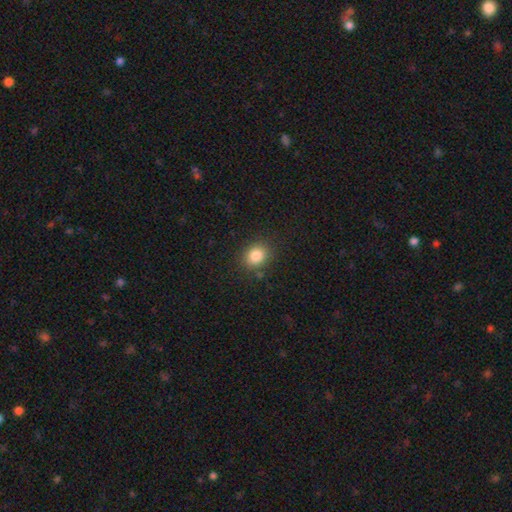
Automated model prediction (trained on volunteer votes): This appears to be a smooth galaxy with no disk features (84%) that is round (64%). Merging: none (84%).